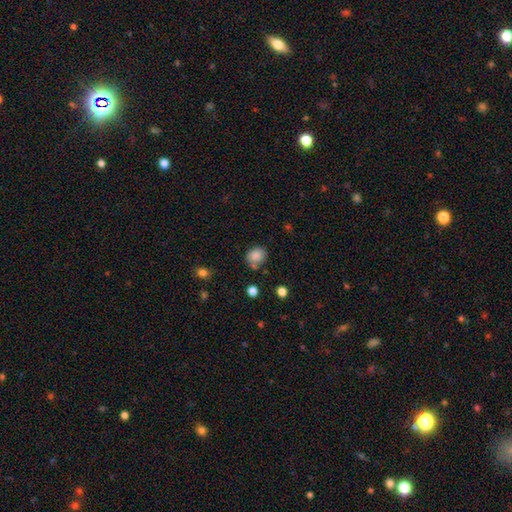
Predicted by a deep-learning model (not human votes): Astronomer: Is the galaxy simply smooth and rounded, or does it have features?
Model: smooth — 85%.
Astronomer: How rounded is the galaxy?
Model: round — 60% (runner-up: in between, 39%).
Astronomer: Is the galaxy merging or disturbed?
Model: none — 67%.